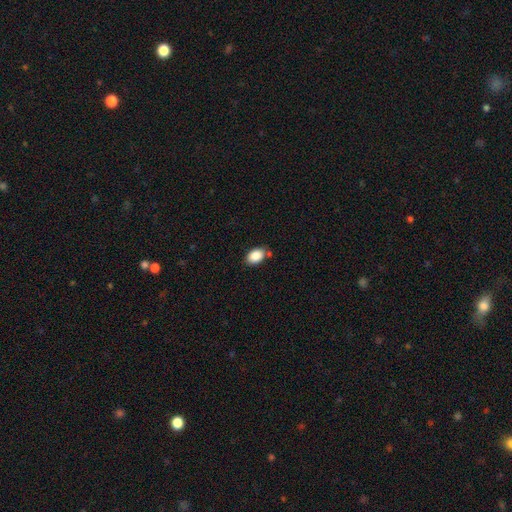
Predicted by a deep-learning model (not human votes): smooth_or_featured: smooth (p=0.88) [alt: star or artifact p=0.08]
how_rounded: in between (p=0.86) [alt: round p=0.12]
merging: none (p=0.76) [alt: minor disturbance p=0.15]